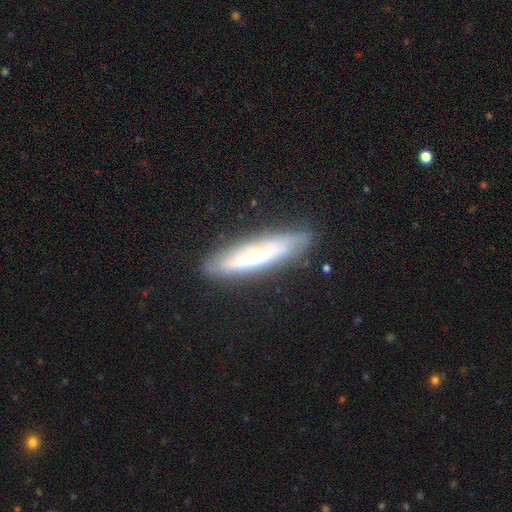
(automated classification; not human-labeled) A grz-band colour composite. It shows a featured or disk galaxy (57%) viewed edge-on (61%). Merging: none (81%).